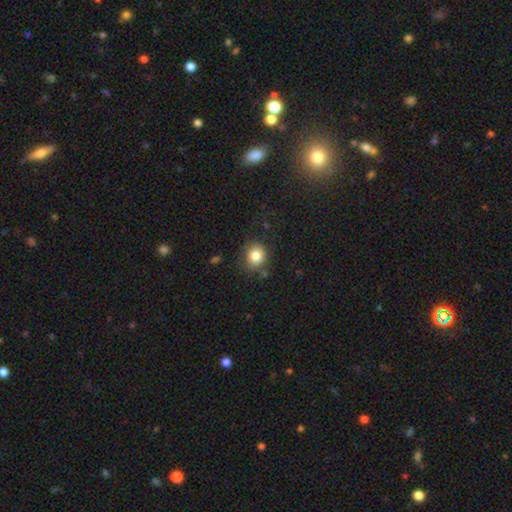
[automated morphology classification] type=smooth (83%); roundness=round (80%); merging=none (77%).